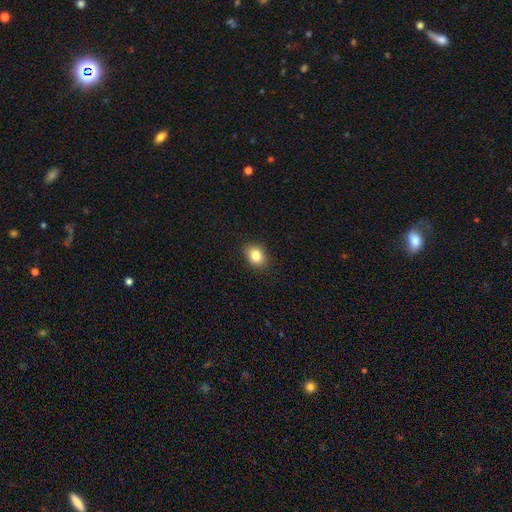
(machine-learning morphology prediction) Smooth or featured?
  - smooth: 83% *
  - star or artifact: 10%
  - featured or disk: 7%
How rounded?
  - in between: 60% *
  - round: 39%
  - cigar-shaped: 1%
Merging?
  - none: 89% *
  - minor disturbance: 8%
  - major disturbance: 2%
  - merger: 1%